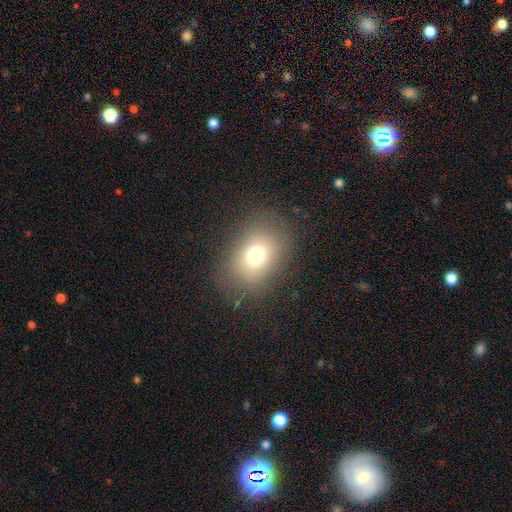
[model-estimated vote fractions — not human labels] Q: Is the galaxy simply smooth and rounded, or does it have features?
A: smooth — 72%.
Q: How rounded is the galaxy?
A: in between — 59%.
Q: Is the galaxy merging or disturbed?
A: none — 80%.